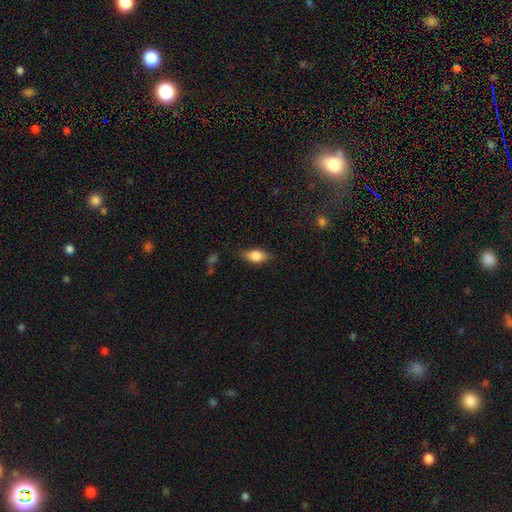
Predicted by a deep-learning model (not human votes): smooth 73%, featured or disk 19%, star or artifact 7%. Down the decision tree: how rounded — in between (81%); merging — none (81%).